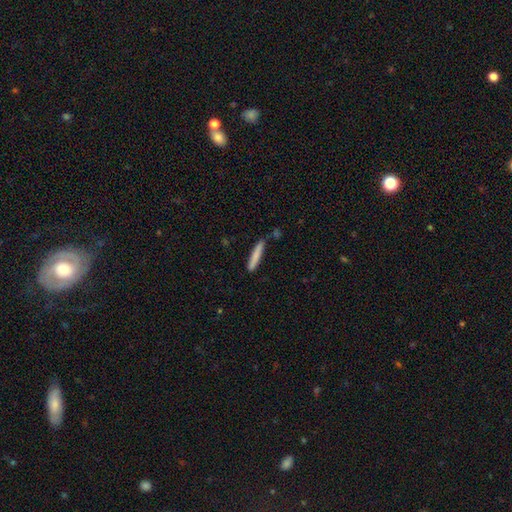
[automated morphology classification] This appears to be a smooth galaxy with no disk features (80%) that is cigar-shaped (94%). Merging: none (81%).